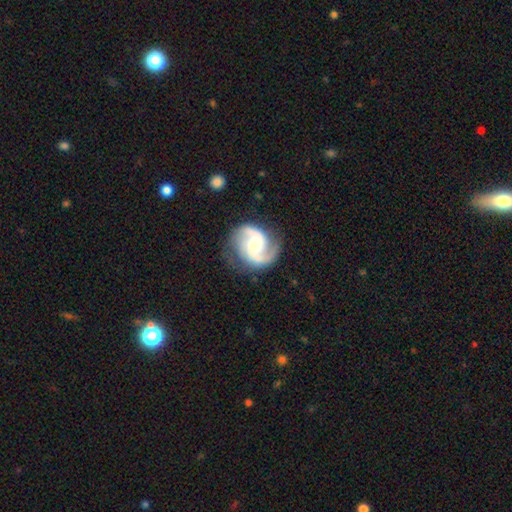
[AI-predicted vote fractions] A featured or disk galaxy (89%) with no bar (48%), 2 (88%) medium (57%) spiral arms (98%) and a moderate central bulge (36%). Merging: none (75%).